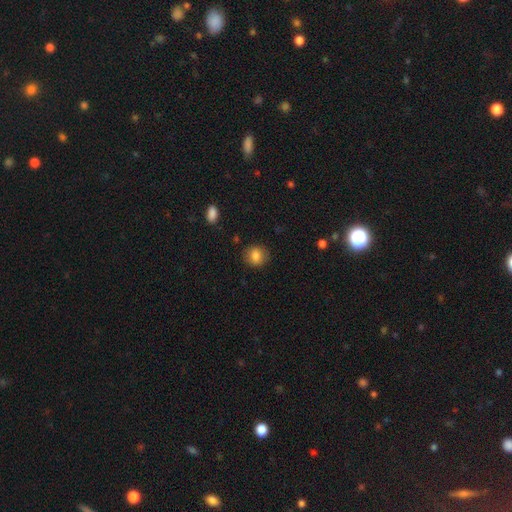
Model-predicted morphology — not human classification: Smooth or featured? smooth (83%)
How rounded? round (74%)
Merging? none (86%)